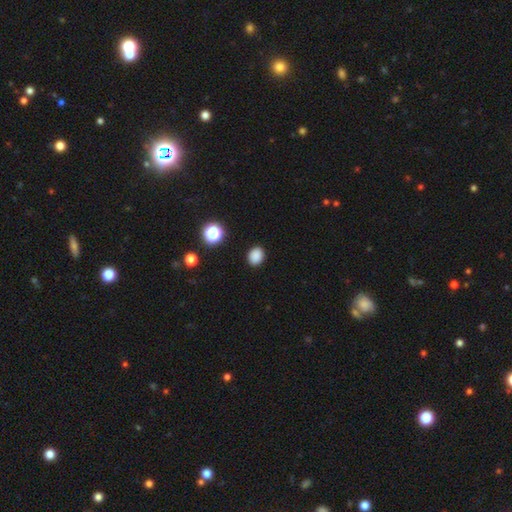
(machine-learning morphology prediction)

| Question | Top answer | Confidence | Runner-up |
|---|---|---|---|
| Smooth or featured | smooth | 85% | star or artifact (12%) |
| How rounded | in between | 51% | round (48%) |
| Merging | none | 89% | minor disturbance (7%) |